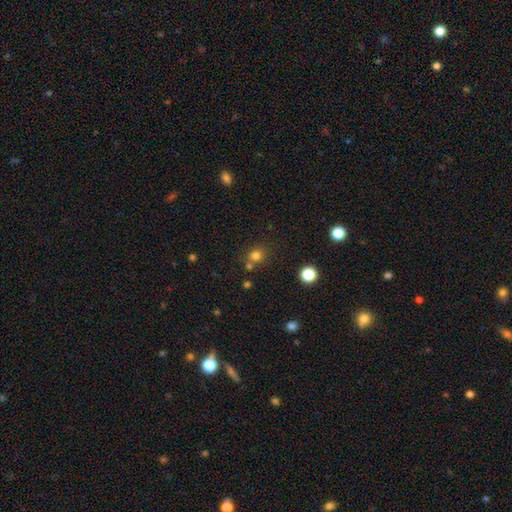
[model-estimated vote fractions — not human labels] This appears to be a smooth galaxy with no disk features (77%) that is round (85%). Merging: none (69%).